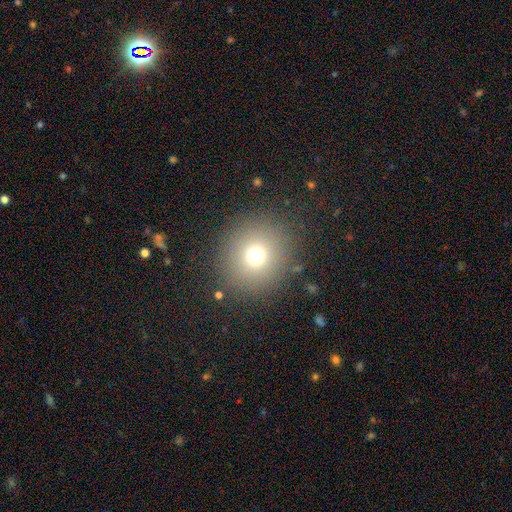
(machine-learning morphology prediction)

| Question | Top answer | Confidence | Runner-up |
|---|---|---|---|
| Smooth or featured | smooth | 72% | star or artifact (17%) |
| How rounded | round | 88% | in between (11%) |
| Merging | none | 87% | minor disturbance (7%) |